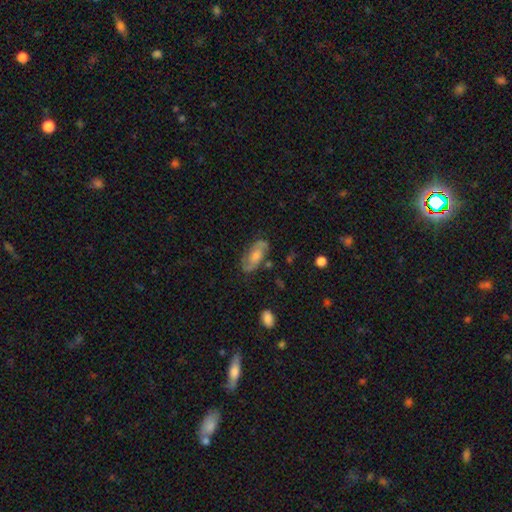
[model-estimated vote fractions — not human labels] This is likely a featured or disk galaxy (63%). It is clearly not viewed edge-on (90%). Bar: possibly no (58%). Spiral arm pattern: clearly yes (85%). Central bulge: possibly moderate (59%). Merging: likely none (79%).